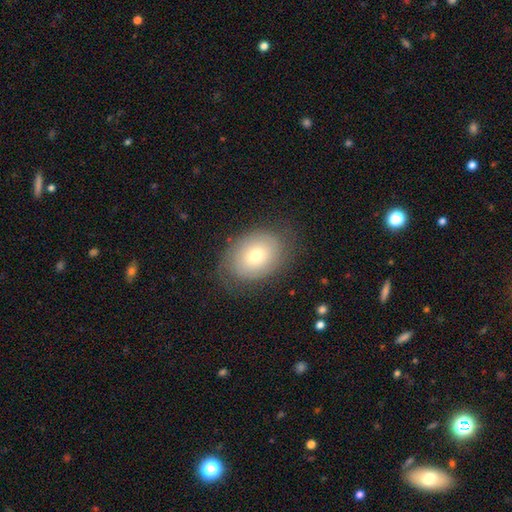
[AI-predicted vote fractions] The model was most divided on "smooth or featured": smooth: 59%, featured or disk: 32%, star or artifact: 9%. More confident: merging — none (75%); how rounded — in between (66%).